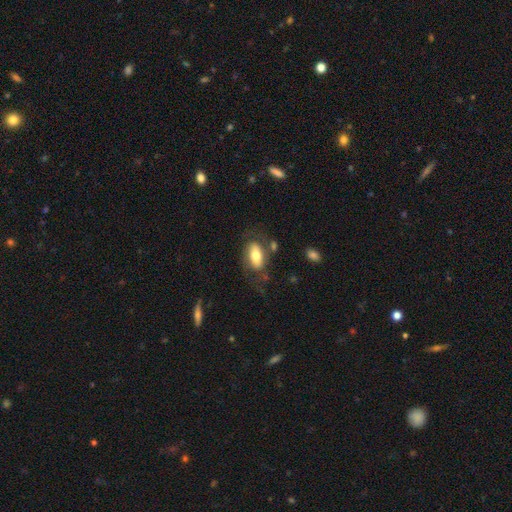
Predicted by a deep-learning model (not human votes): The model was most divided on "smooth or featured": smooth: 66%, featured or disk: 27%, star or artifact: 7%. More confident: how rounded — in between (90%); merging — none (63%).